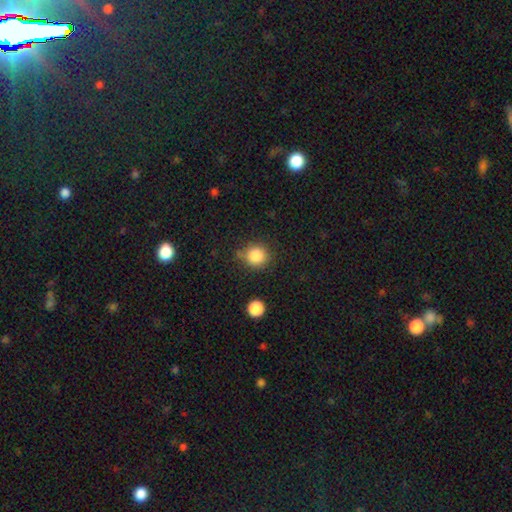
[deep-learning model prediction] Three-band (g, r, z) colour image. It shows a smooth galaxy with no disk features (85%) that is round (88%). Merging: none (76%).